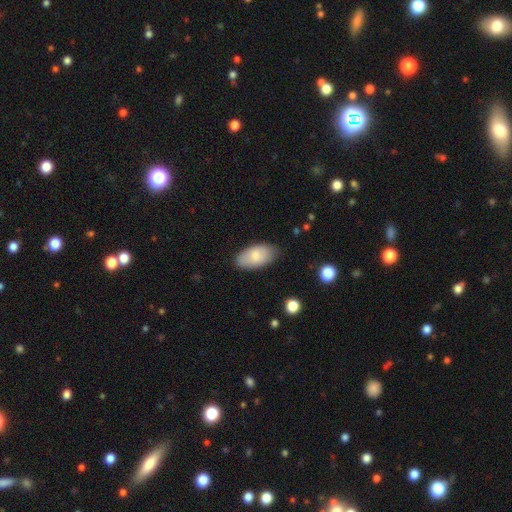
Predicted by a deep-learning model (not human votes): Smooth or featured: smooth — 81% (featured or disk — 13%)
How rounded: in between — 95% (round — 3%)
Merging: none — 80% (minor disturbance — 16%)